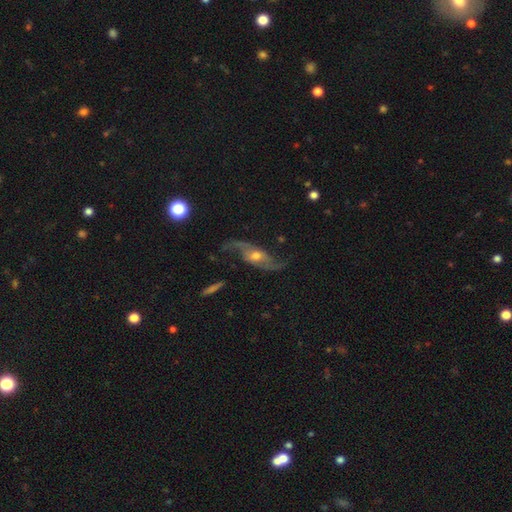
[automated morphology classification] Smooth or featured: featured or disk — 87% (smooth — 7%)
Edge-on disk: no — 91% (yes — 9%)
Bar: no — 54% (weak — 33%)
Spiral arms: yes — 96% (no — 4%)
Spiral winding: loose — 73% (medium — 21%)
Spiral arm count: 2 — 93% (can't tell — 2%)
Bulge size: moderate — 62% (small — 28%)
Merging: none — 72% (minor disturbance — 15%)